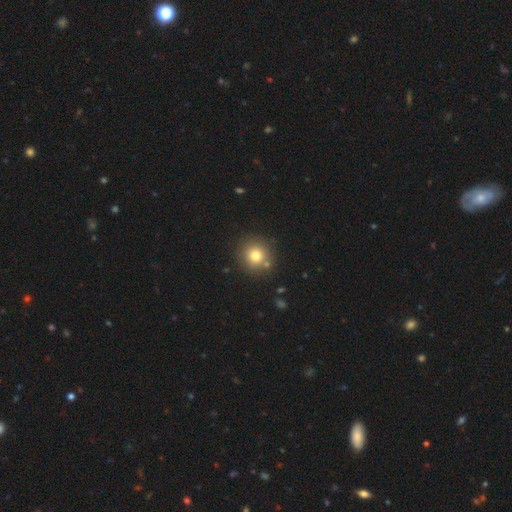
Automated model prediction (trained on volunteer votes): Smooth or featured?
  - smooth: 77% *
  - star or artifact: 13%
  - featured or disk: 10%
How rounded?
  - round: 93% *
  - in between: 6%
  - cigar-shaped: 1%
Merging?
  - none: 82% *
  - minor disturbance: 8%
  - merger: 7%
  - major disturbance: 3%